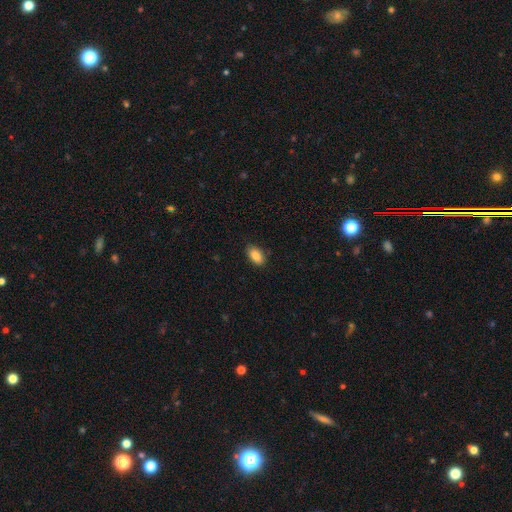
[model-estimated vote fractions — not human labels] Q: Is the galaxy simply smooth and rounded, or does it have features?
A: smooth — 87%.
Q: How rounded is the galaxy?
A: in between — 92%.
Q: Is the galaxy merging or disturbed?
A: none — 85%.